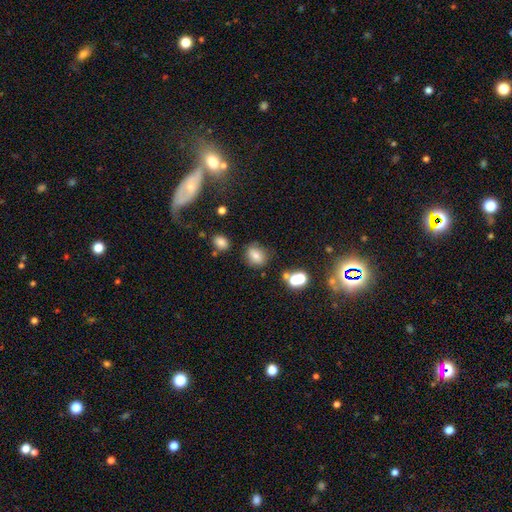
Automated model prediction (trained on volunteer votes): Smooth or featured? Predicted: smooth (p=0.72). How rounded? Predicted: in between (p=0.49, tied with round). Merging? Predicted: none (p=0.75).